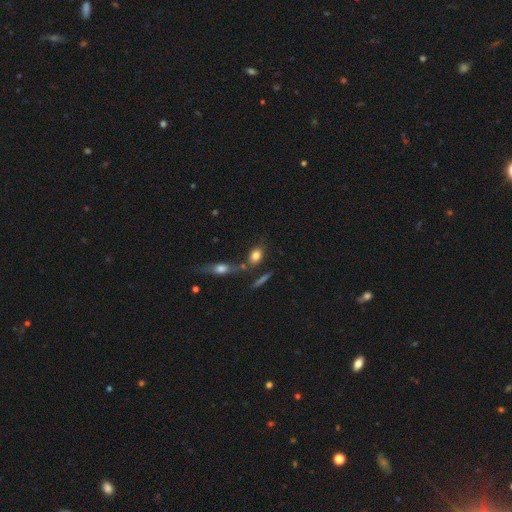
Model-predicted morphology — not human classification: Smooth or featured: smooth — 79% (featured or disk — 12%)
How rounded: in between — 71% (round — 21%)
Merging: none — 62% (merger — 19%)